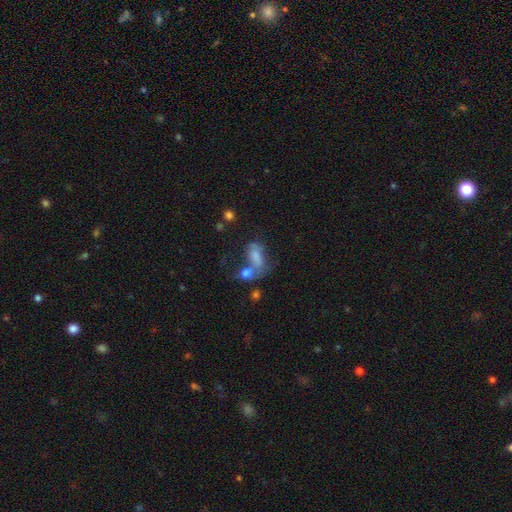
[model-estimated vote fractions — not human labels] smooth 65%, featured or disk 23%, star or artifact 12%. Down the decision tree: how rounded — in between (85%); merging — merger (45%).